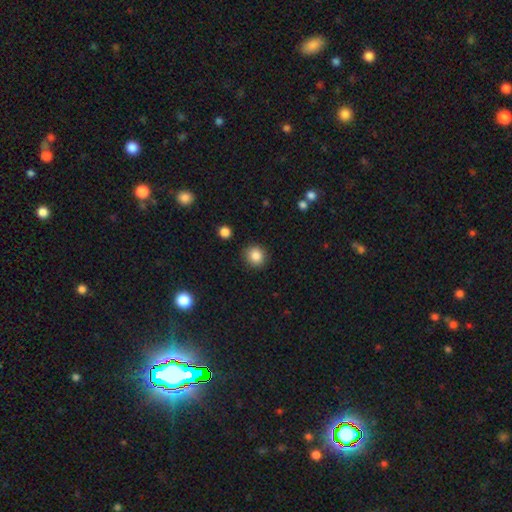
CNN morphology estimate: This appears to be a smooth galaxy with no disk features (85%) that is round (90%). Merging: none (89%).